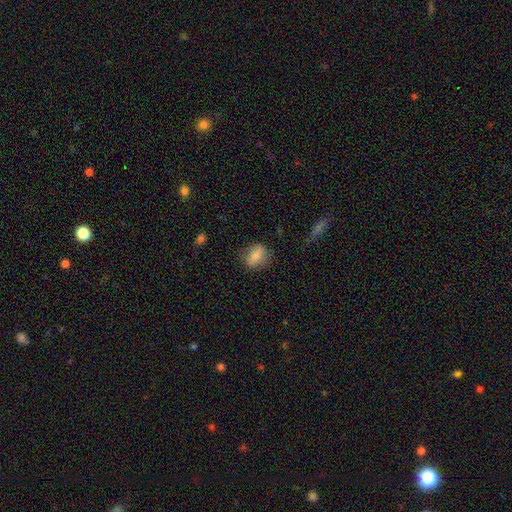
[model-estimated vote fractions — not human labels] Q: Smooth or featured?
A: smooth (75%); runner-up: featured or disk (17%)
Q: How rounded?
A: in between (64%); runner-up: round (32%)
Q: Merging?
A: none (77%); runner-up: minor disturbance (16%)